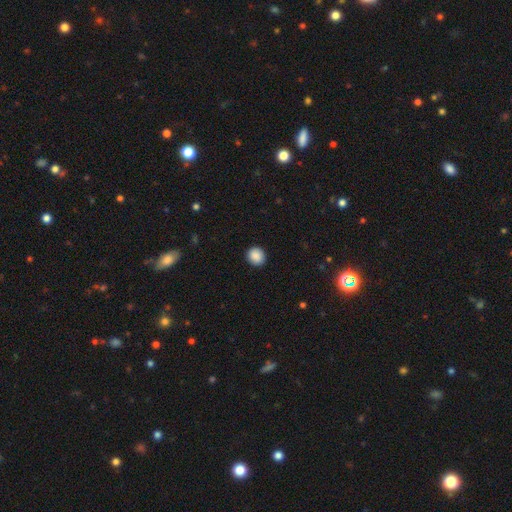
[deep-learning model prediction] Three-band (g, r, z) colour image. It shows a smooth galaxy with no disk features (89%) that is round (81%). Merging: none (90%).